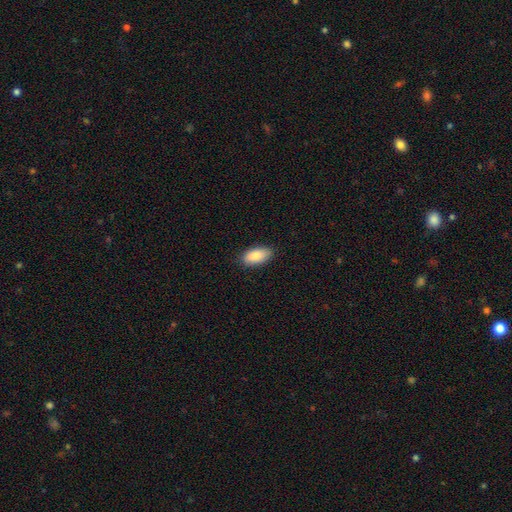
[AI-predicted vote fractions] Smooth or featured: smooth — 88% (featured or disk — 6%)
How rounded: in between — 92% (cigar-shaped — 5%)
Merging: none — 85% (minor disturbance — 12%)